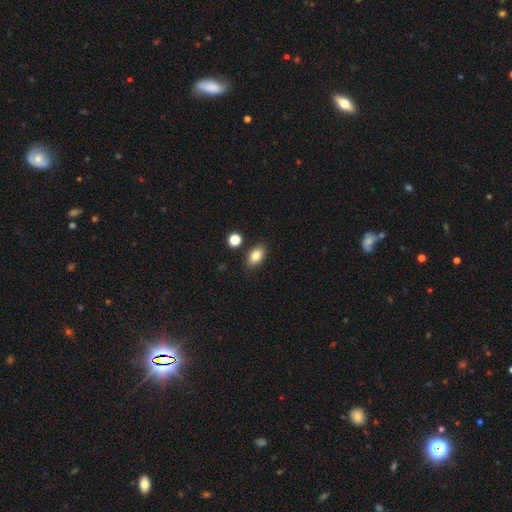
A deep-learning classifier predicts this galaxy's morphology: A smooth galaxy with no disk features (83%) that is in between round and cigar-shaped (88%).

Vote fractions:
- Smooth or featured? smooth: 83% / star or artifact: 9% / featured or disk: 8%
- How rounded? in between: 88% / round: 10% / cigar-shaped: 2%
- Merging? none: 84% / minor disturbance: 10% / merger: 4% / major disturbance: 2%